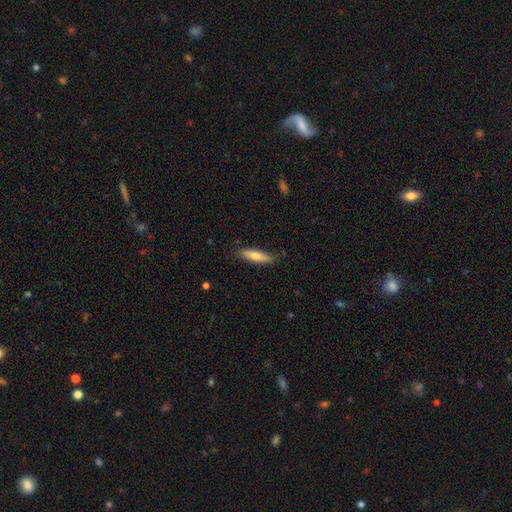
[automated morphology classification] Smooth or featured? Predicted: smooth (p=0.70). How rounded? Predicted: cigar-shaped (p=0.69). Merging? Predicted: none (p=0.81).